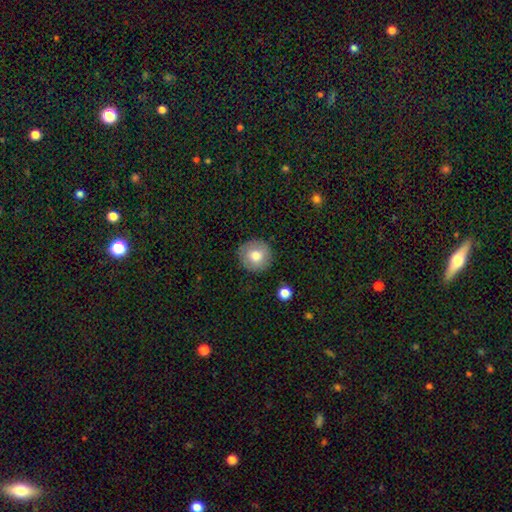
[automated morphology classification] type=smooth (77%); roundness=round (92%); merging=none (87%).